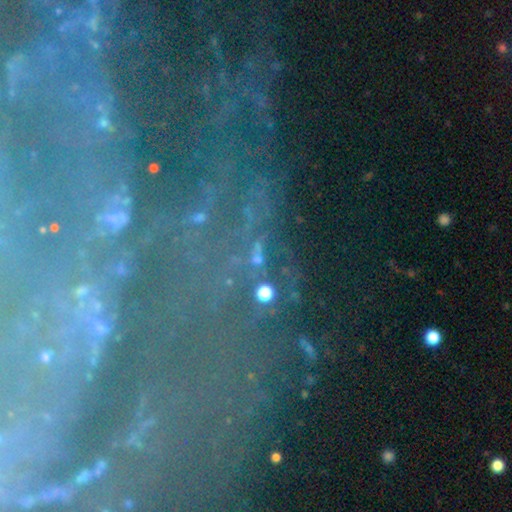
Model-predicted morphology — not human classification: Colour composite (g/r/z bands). It shows a star or artifact, not a galaxy (67%).